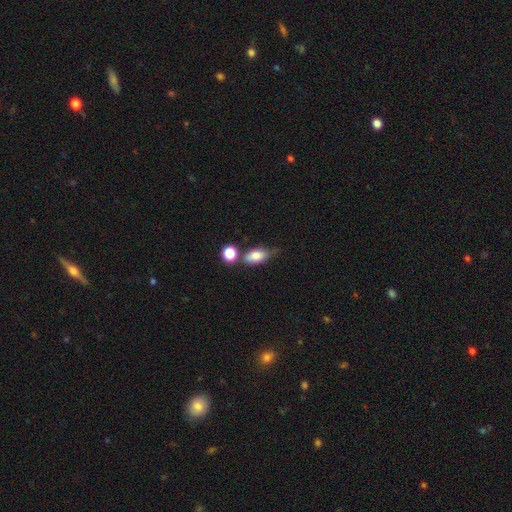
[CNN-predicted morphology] Overall: smooth (79%). How rounded: in between (82%). Merging: none (46%; minor disturbance 26%).